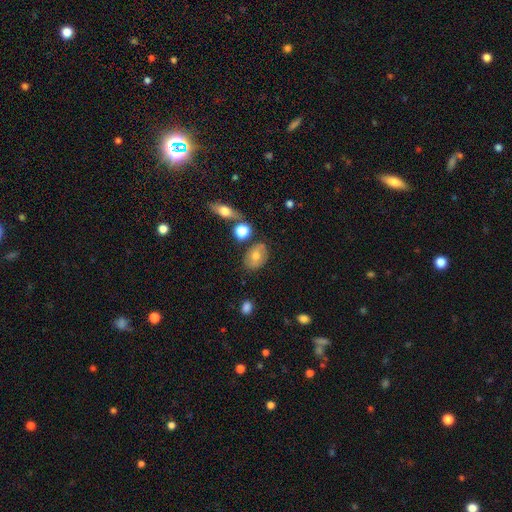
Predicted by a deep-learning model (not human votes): smooth-or-featured: smooth: 62% | featured or disk: 30% | star or artifact: 9%
  how-rounded: in between: 80% | round: 18% | cigar-shaped: 2%
  merging: none: 76% | minor disturbance: 14% | merger: 6% | major disturbance: 4%